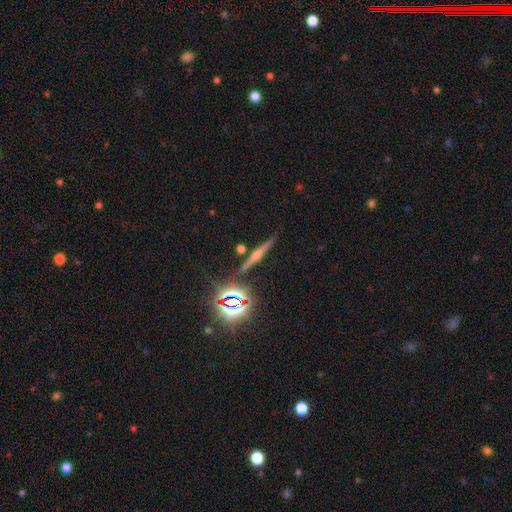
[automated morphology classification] A featured or disk galaxy (56%) viewed edge-on (96%) with a rounded central bulge (76%).

Vote fractions:
- Smooth or featured? featured or disk: 56% / smooth: 24% / star or artifact: 20%
- Edge-on disk? yes: 96% / no: 4%
- Edge-on bulge? rounded: 76% / boxy: 13% / none: 12%
- Merging? none: 83% / minor disturbance: 9% / merger: 5% / major disturbance: 3%